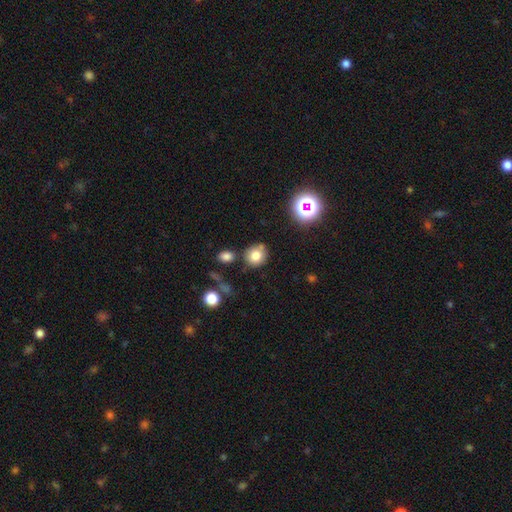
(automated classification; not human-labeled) A smooth galaxy with no disk features (76%) that is round (82%). Merging: none (72%).